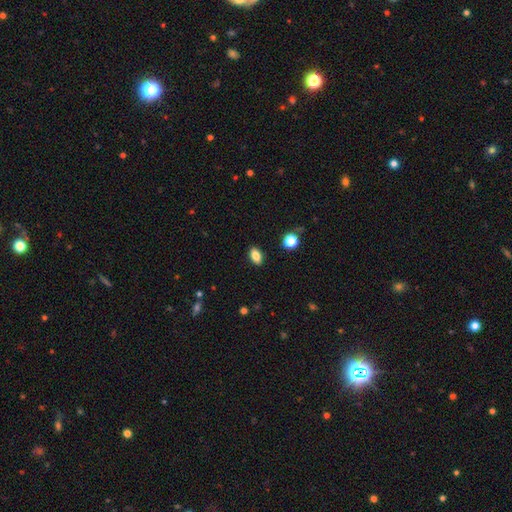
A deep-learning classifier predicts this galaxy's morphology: Smooth or featured? smooth (82%)
How rounded? in between (86%)
Merging? none (89%)